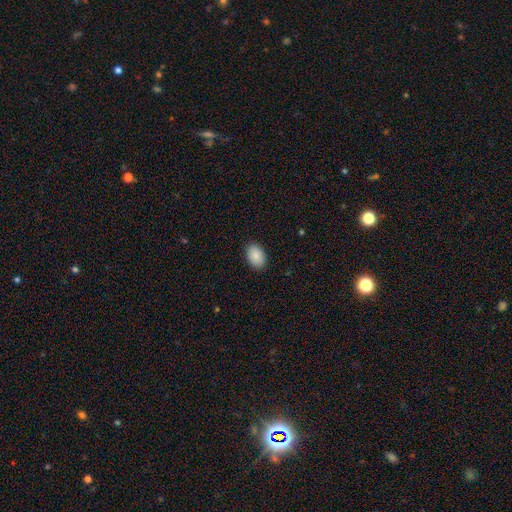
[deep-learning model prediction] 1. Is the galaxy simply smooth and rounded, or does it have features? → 88% smooth, 7% star or artifact, 5% featured or disk.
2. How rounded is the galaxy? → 89% in between, 10% round, 1% cigar-shaped.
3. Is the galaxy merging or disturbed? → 89% none, 8% minor disturbance, 2% major disturbance, 1% merger.